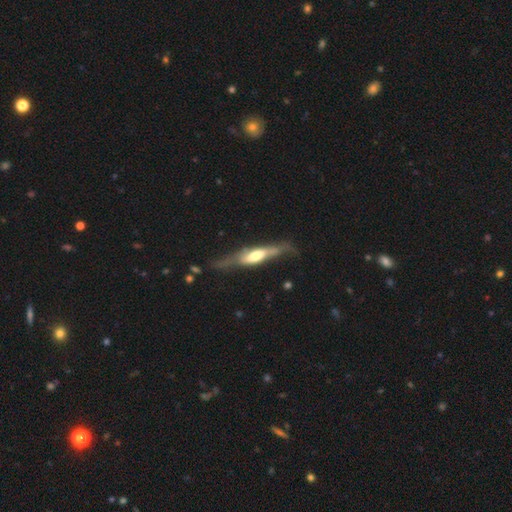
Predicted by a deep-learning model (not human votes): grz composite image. It shows a featured or disk galaxy (62%) viewed edge-on (72%). Merging: none (49%).